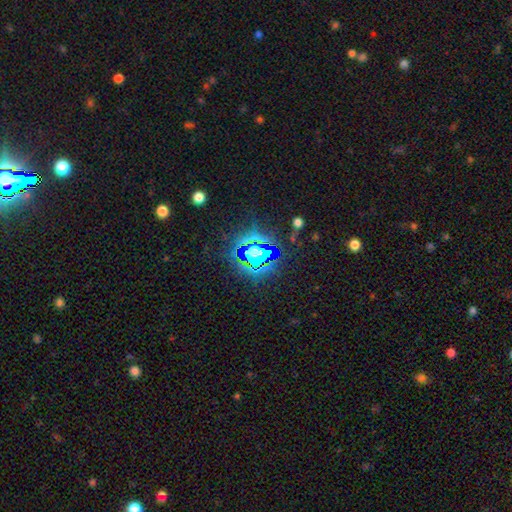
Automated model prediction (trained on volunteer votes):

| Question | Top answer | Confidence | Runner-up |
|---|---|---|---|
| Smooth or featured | star or artifact | 79% | smooth (13%) |